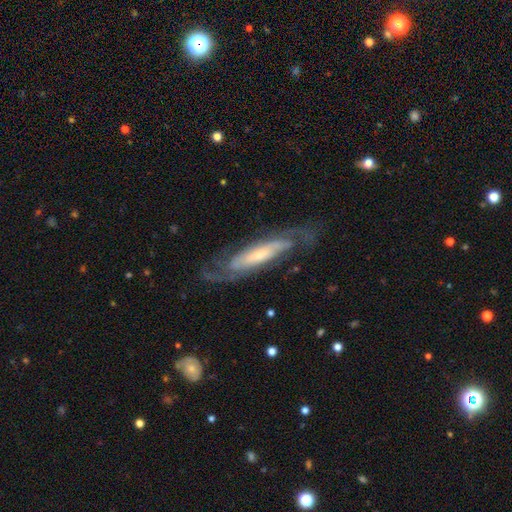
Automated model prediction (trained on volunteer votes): Overall: featured or disk (80%). Edge-on disk: no (72%). Bar: no (50%; weak 31%). Spiral arms: yes (93%). Spiral arm count: 2 (58%; can't tell 27%). Spiral winding: tight (45%; medium 41%). Bulge size: small (52%; moderate 28%). Merging: none (74%).